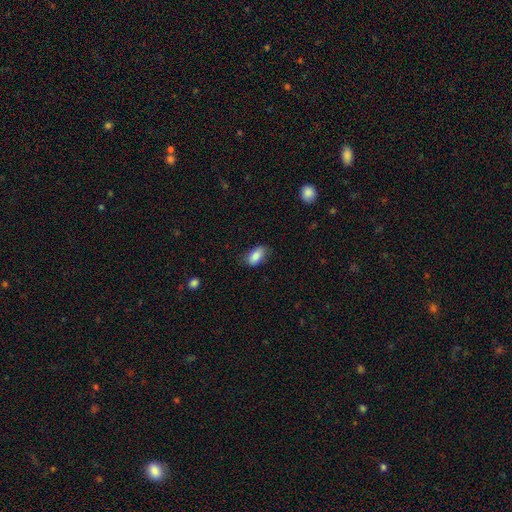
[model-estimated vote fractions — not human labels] Smooth or featured? Predicted: smooth (p=0.86). How rounded? Predicted: in between (p=0.91). Merging? Predicted: none (p=0.70).